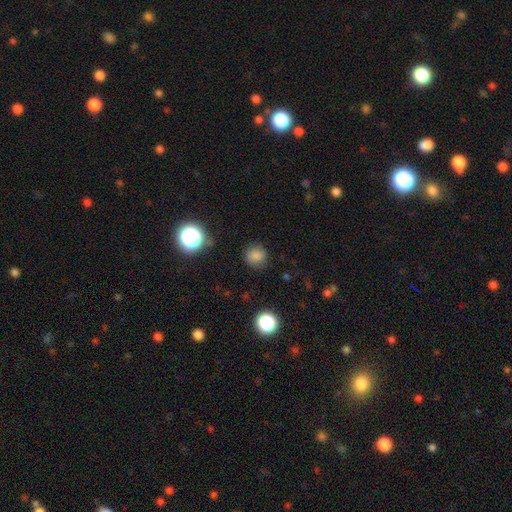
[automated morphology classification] Smooth or featured? Predicted: smooth (p=0.78). How rounded? Predicted: round (p=0.88). Merging? Predicted: none (p=0.84).